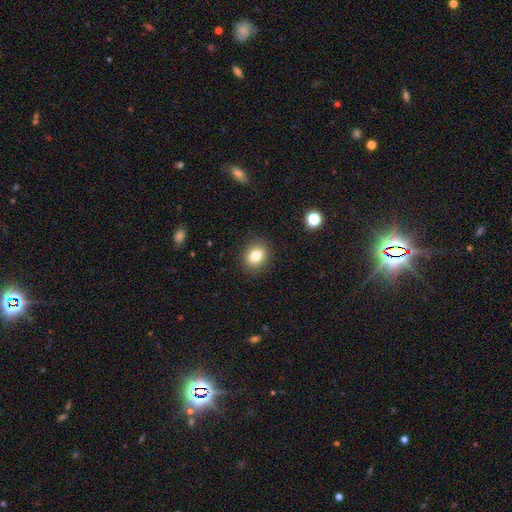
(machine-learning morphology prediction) Smooth or featured: smooth — 81% (star or artifact — 11%)
How rounded: in between — 52% (round — 47%)
Merging: none — 88% (minor disturbance — 9%)